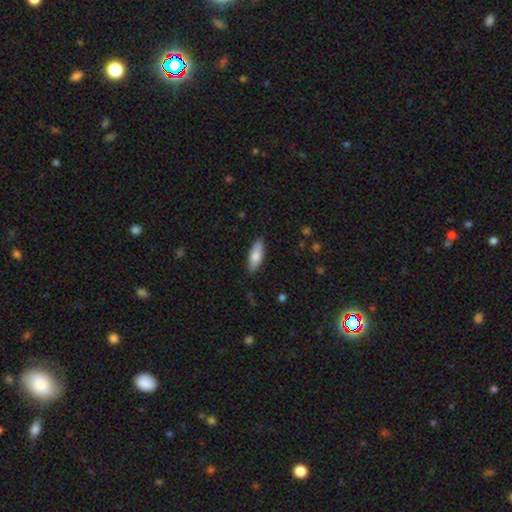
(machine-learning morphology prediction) Smooth or featured?
  - smooth: 79% *
  - featured or disk: 15%
  - star or artifact: 6%
How rounded?
  - in between: 60% *
  - cigar-shaped: 38%
  - round: 2%
Merging?
  - none: 86% *
  - minor disturbance: 10%
  - major disturbance: 2%
  - merger: 1%